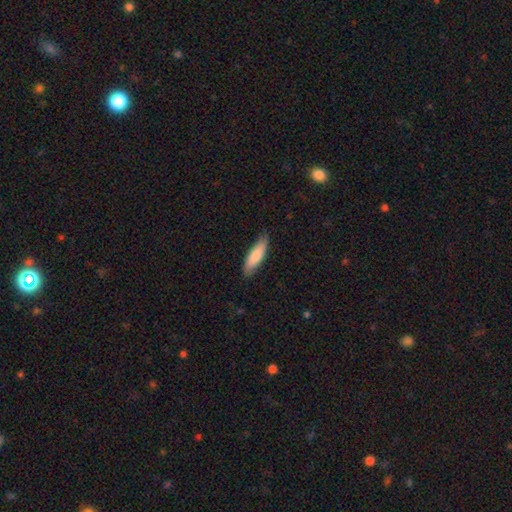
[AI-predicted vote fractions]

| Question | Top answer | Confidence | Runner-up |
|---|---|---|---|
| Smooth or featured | smooth | 80% | featured or disk (15%) |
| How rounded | cigar-shaped | 57% | in between (42%) |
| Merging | none | 83% | minor disturbance (14%) |